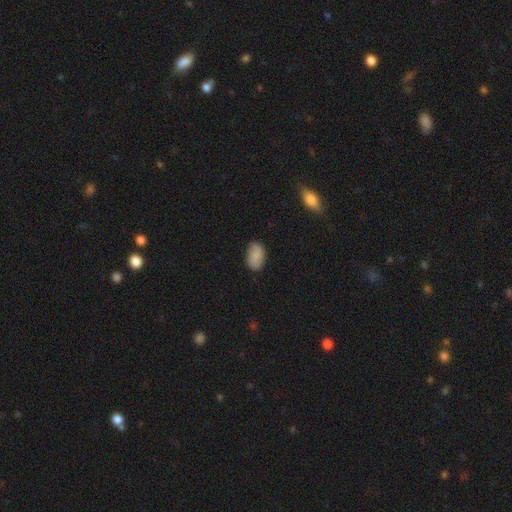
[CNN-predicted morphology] Smooth or featured? Predicted: smooth (p=0.81). How rounded? Predicted: in between (p=0.92). Merging? Predicted: none (p=0.78).